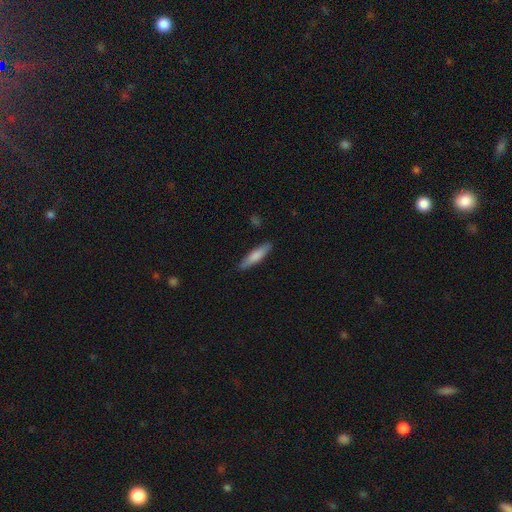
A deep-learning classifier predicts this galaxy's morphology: Smooth or featured: smooth — 75% (featured or disk — 20%)
How rounded: cigar-shaped — 79% (in between — 20%)
Merging: none — 88% (minor disturbance — 9%)